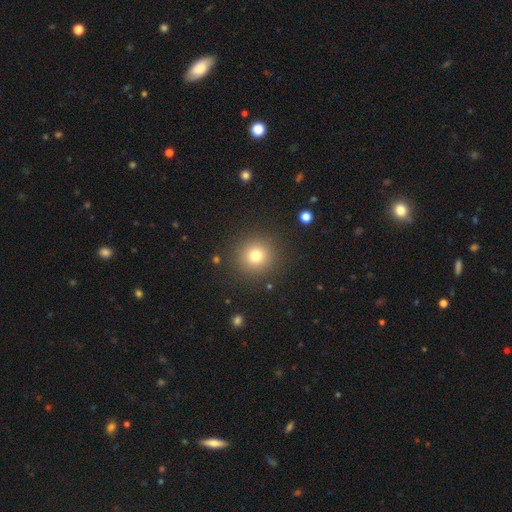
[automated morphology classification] smooth 77%, star or artifact 14%, featured or disk 9%. Down the decision tree: how rounded — round (94%); merging — none (90%).